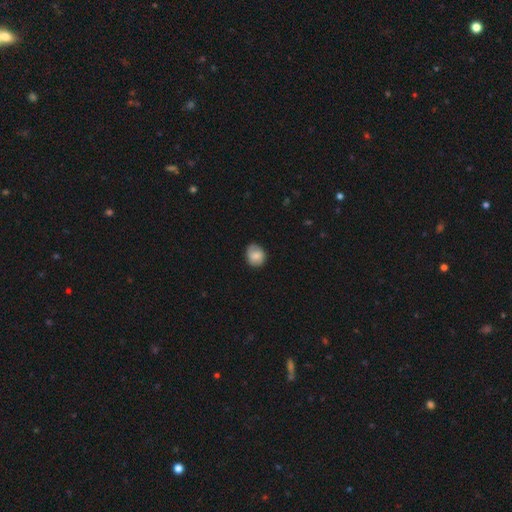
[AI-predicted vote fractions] Q: Smooth or featured?
A: smooth (77%); runner-up: featured or disk (16%)
Q: How rounded?
A: round (68%); runner-up: in between (31%)
Q: Merging?
A: none (76%); runner-up: minor disturbance (19%)